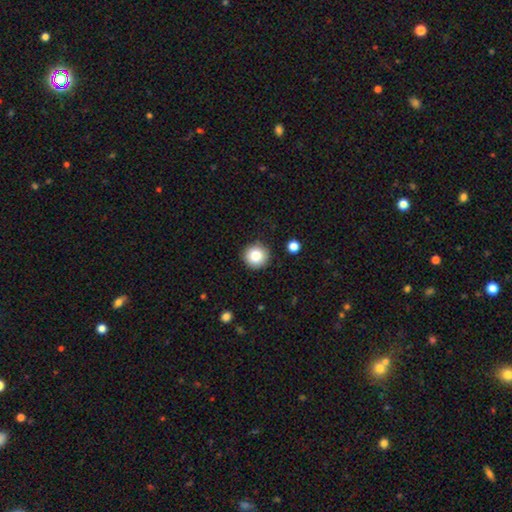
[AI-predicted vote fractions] The model was most divided on "smooth or featured": smooth: 84%, star or artifact: 10%, featured or disk: 6%. More confident: how rounded — round (94%); merging — none (89%).